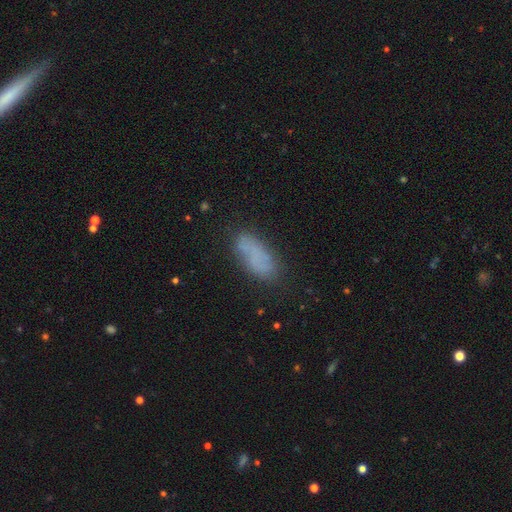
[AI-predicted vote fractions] This is likely a smooth galaxy (69%). How rounded: likely in between (78%). Merging: likely none (70%).